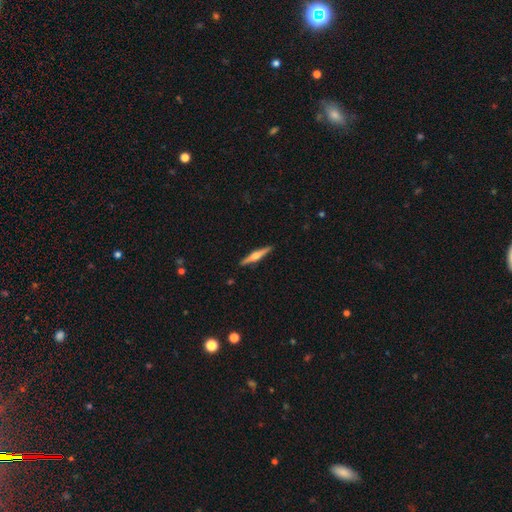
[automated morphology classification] Smooth or featured? Predicted: featured or disk (p=0.69). Edge-on disk? Predicted: yes (p=0.98). Edge-on bulge? Predicted: rounded (p=0.91). Merging? Predicted: none (p=0.91).